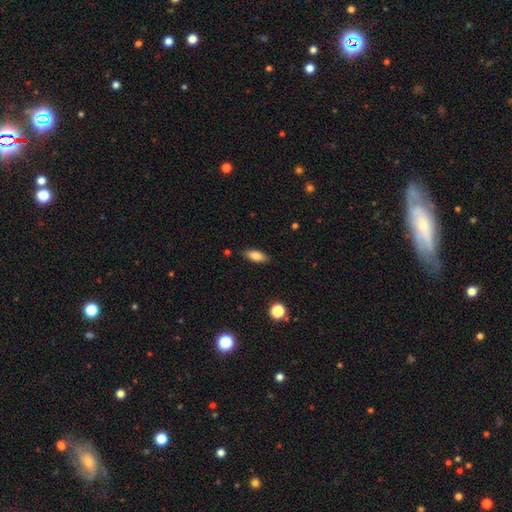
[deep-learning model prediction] A smooth galaxy with no disk features (80%) that is in between round and cigar-shaped (81%).

Vote fractions:
- Smooth or featured? smooth: 80% / featured or disk: 13% / star or artifact: 8%
- How rounded? in between: 81% / cigar-shaped: 16% / round: 3%
- Merging? none: 85% / minor disturbance: 11% / major disturbance: 2% / merger: 2%